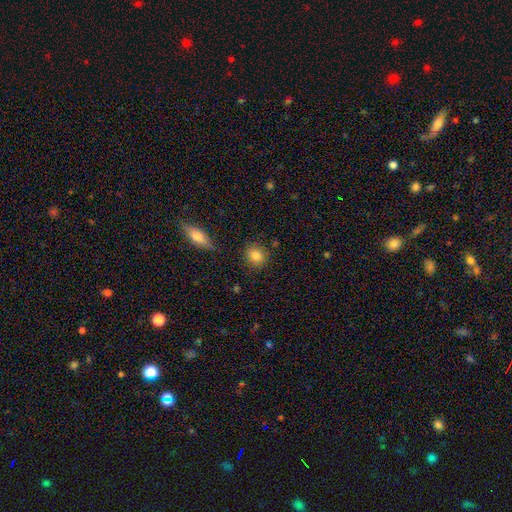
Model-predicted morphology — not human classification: smooth 84%, star or artifact 10%, featured or disk 6%. Down the decision tree: how rounded — round (80%); merging — none (86%).